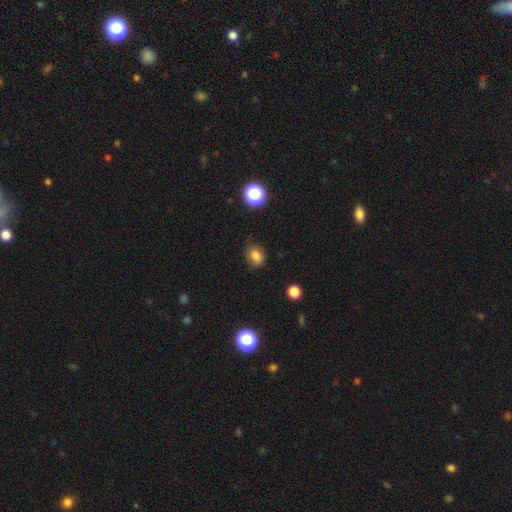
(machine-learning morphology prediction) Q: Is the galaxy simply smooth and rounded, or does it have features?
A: smooth — 81%.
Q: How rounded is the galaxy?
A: in between — 67%.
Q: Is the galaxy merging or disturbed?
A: none — 76%.